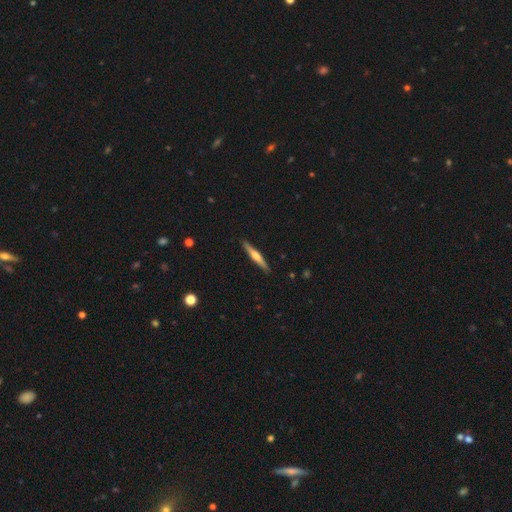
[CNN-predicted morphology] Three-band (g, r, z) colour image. It shows a featured or disk galaxy (57%) viewed edge-on (97%) with a rounded central bulge (80%). Merging: none (91%).